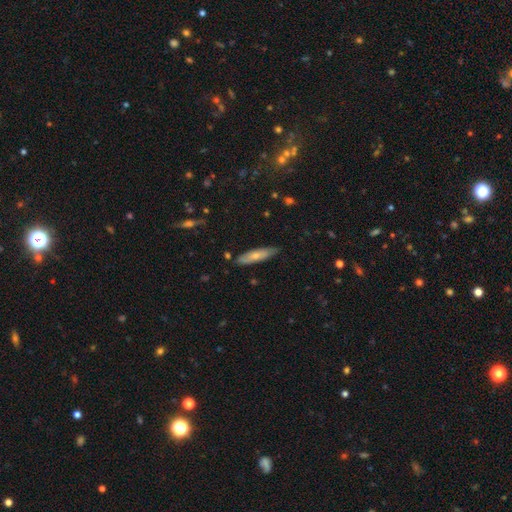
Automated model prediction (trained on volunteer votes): A smooth galaxy with no disk features (64%) that is cigar-shaped (68%). Merging: none (82%).